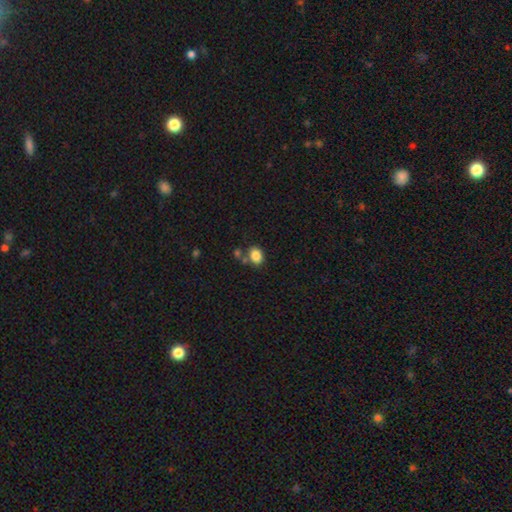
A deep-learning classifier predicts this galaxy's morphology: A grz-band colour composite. It shows a smooth galaxy with no disk features (85%) that is in between round and cigar-shaped (66%). Merging: none (65%).